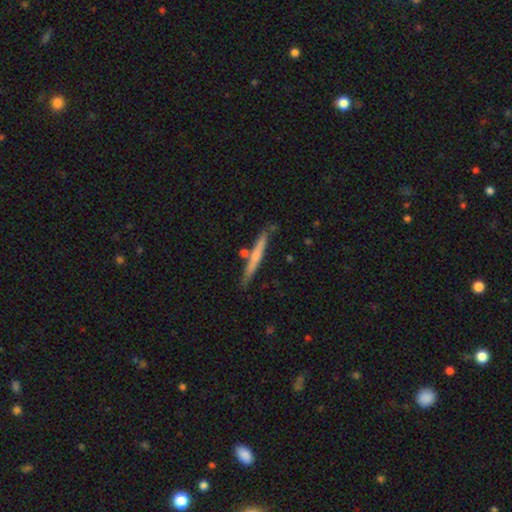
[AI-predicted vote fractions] Smooth or featured?
  - smooth: 53% *
  - featured or disk: 41%
  - star or artifact: 6%
How rounded?
  - cigar-shaped: 96% *
  - in between: 3%
  - round: 1%
Merging?
  - none: 78% *
  - minor disturbance: 12%
  - merger: 7%
  - major disturbance: 2%